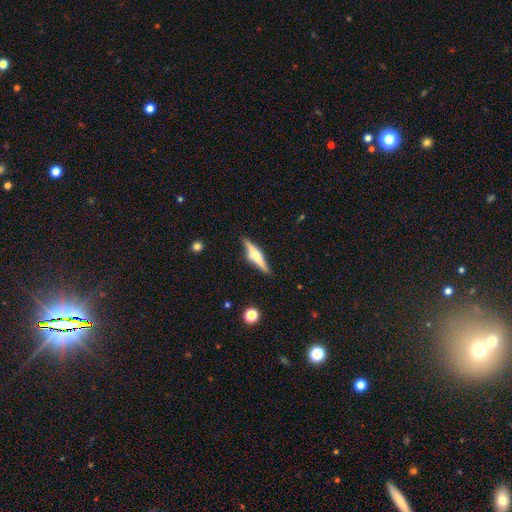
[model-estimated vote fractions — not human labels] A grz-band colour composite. It shows a featured or disk galaxy (67%) viewed edge-on (97%) with a rounded central bulge (82%). Merging: none (87%).